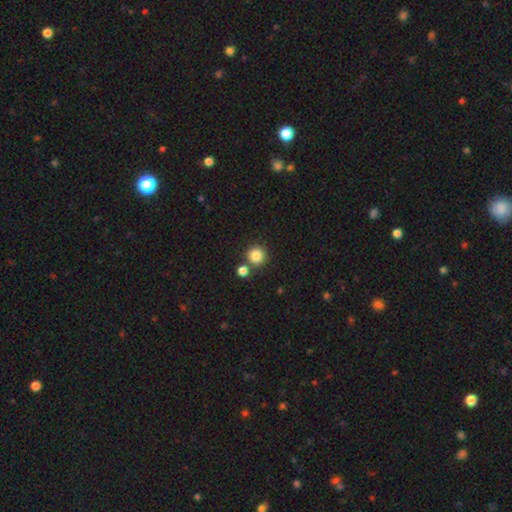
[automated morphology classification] Smooth or featured?
  - smooth: 85% *
  - star or artifact: 10%
  - featured or disk: 5%
How rounded?
  - round: 94% *
  - in between: 6%
  - cigar-shaped: 1%
Merging?
  - none: 76% *
  - merger: 15%
  - minor disturbance: 7%
  - major disturbance: 2%